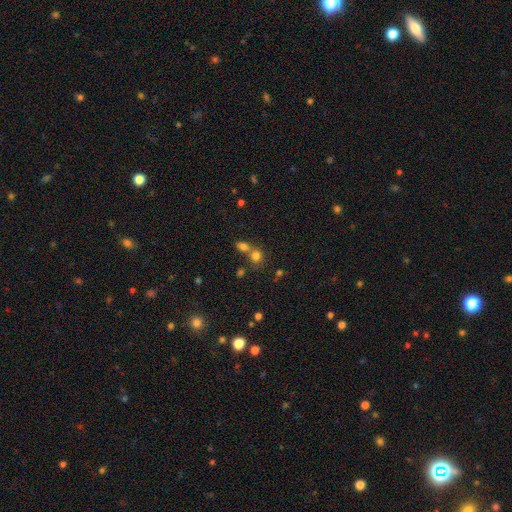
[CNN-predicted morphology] type=smooth (75%); roundness=round (74%); merging=none (45%).